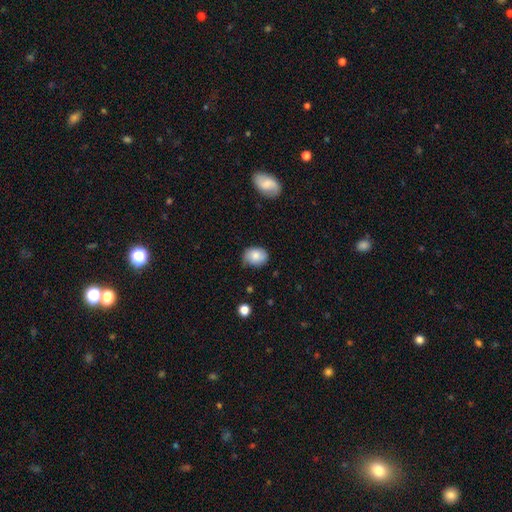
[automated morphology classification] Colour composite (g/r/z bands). It shows a smooth galaxy with no disk features (79%) that is in between round and cigar-shaped (59%). Merging: none (64%).